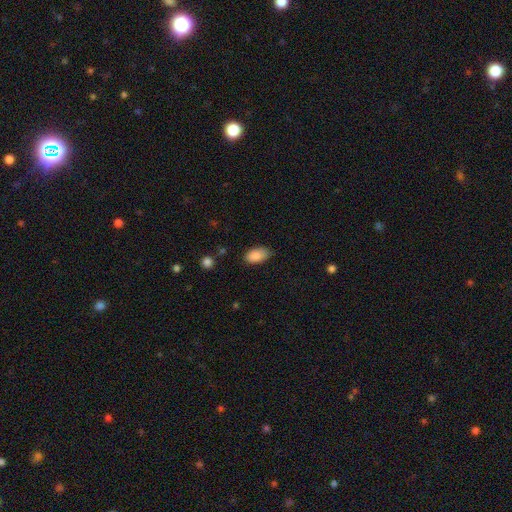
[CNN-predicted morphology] This is clearly a smooth galaxy (88%). How rounded: clearly in between (93%). Merging: likely none (73%).